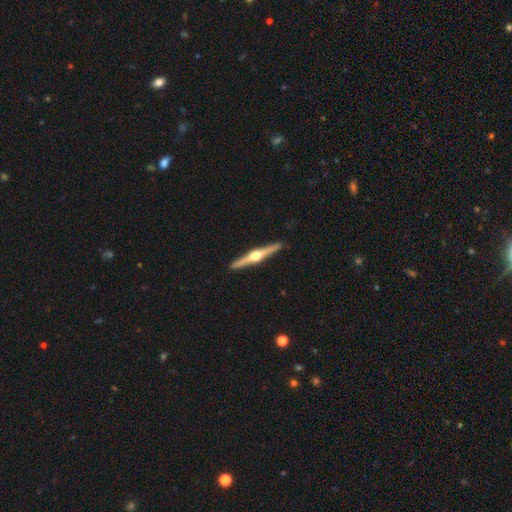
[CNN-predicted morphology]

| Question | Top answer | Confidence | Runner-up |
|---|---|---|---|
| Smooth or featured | featured or disk | 82% | smooth (14%) |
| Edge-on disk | yes | 98% | no (2%) |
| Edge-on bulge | rounded | 96% | boxy (2%) |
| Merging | none | 93% | minor disturbance (5%) |